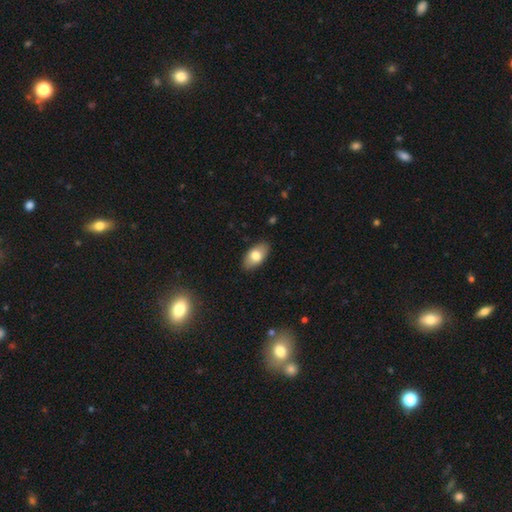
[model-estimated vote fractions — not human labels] Smooth or featured? smooth (76%)
How rounded? in between (93%)
Merging? none (87%)